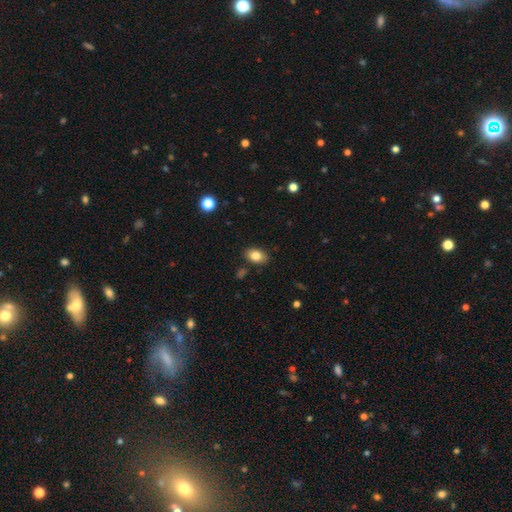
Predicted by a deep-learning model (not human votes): A smooth galaxy with no disk features (83%) that is in between round and cigar-shaped (84%).

Vote fractions:
- Smooth or featured? smooth: 83% / featured or disk: 9% / star or artifact: 9%
- How rounded? in between: 84% / round: 15% / cigar-shaped: 1%
- Merging? none: 86% / minor disturbance: 10% / major disturbance: 2% / merger: 2%